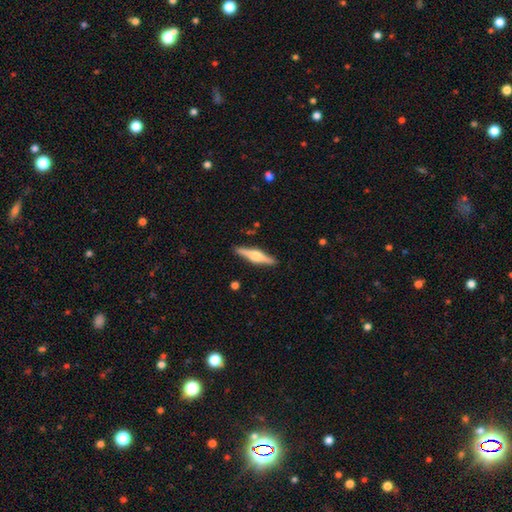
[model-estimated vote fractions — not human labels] Smooth or featured: featured or disk — 69% (smooth — 26%)
Edge-on disk: yes — 98% (no — 2%)
Edge-on bulge: rounded — 94% (boxy — 4%)
Merging: none — 90% (minor disturbance — 7%)